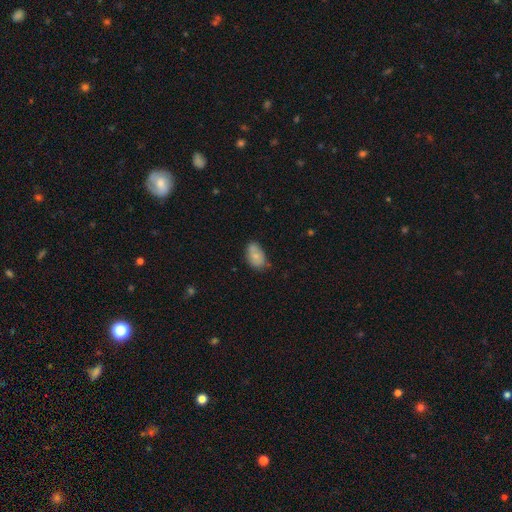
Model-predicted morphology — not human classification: Smooth or featured? Predicted: smooth (p=0.75). How rounded? Predicted: in between (p=0.90). Merging? Predicted: none (p=0.63).